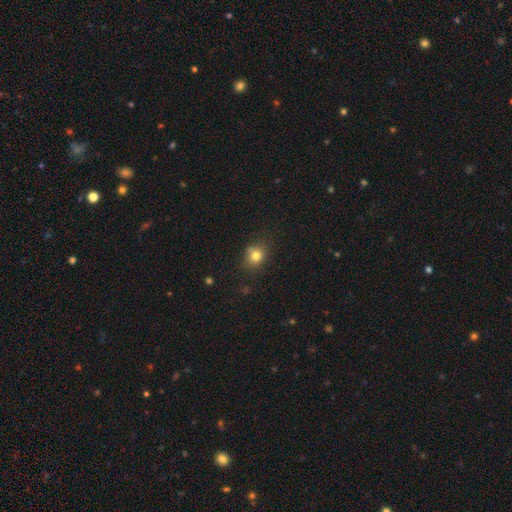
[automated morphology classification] This appears to be a smooth galaxy with no disk features (78%) that is round (66%). Merging: none (71%).